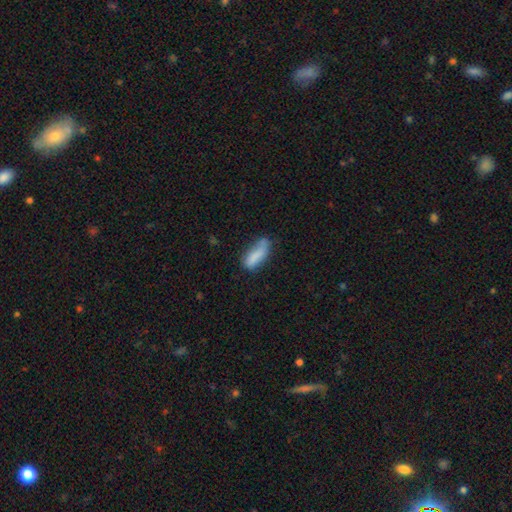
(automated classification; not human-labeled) Smooth or featured? Predicted: smooth (p=0.81). How rounded? Predicted: in between (p=0.69). Merging? Predicted: none (p=0.47).